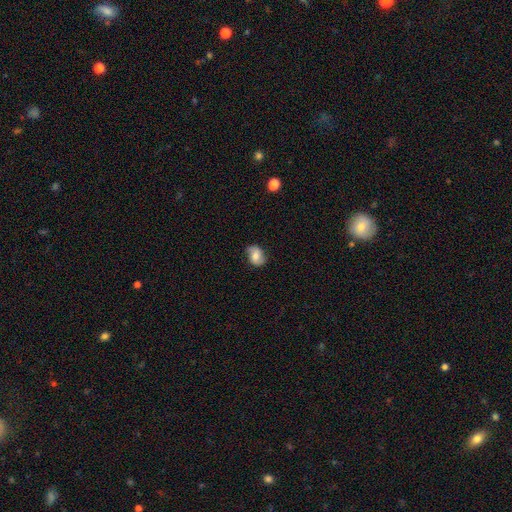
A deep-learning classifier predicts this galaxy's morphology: smooth_or_featured: smooth (p=0.57) [alt: featured or disk p=0.34]
how_rounded: in between (p=0.69) [alt: round p=0.30]
merging: none (p=0.74) [alt: minor disturbance p=0.20]